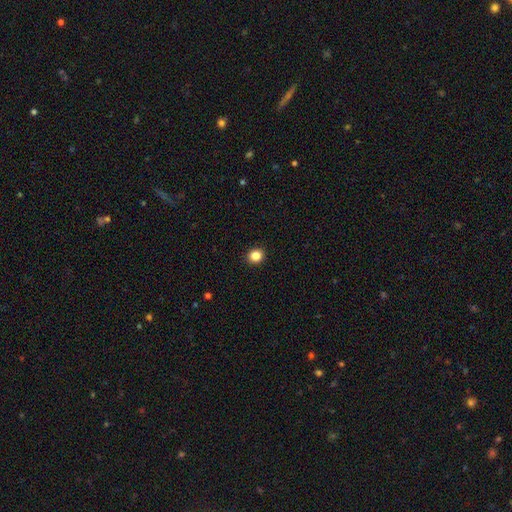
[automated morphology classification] Smooth or featured? smooth (86%)
How rounded? round (84%)
Merging? none (93%)